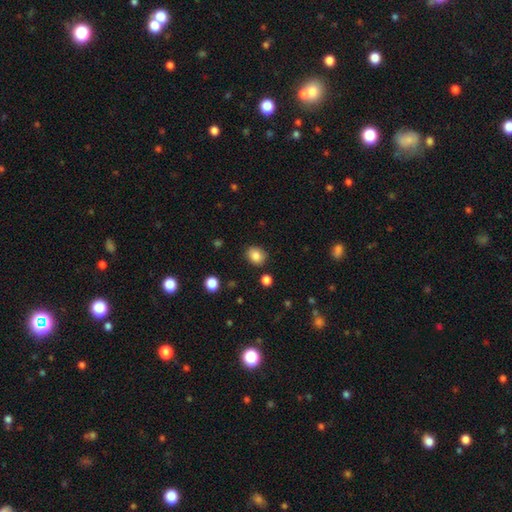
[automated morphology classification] Q: Smooth or featured?
A: smooth (84%); runner-up: star or artifact (10%)
Q: How rounded?
A: round (60%); runner-up: in between (39%)
Q: Merging?
A: none (85%); runner-up: minor disturbance (10%)